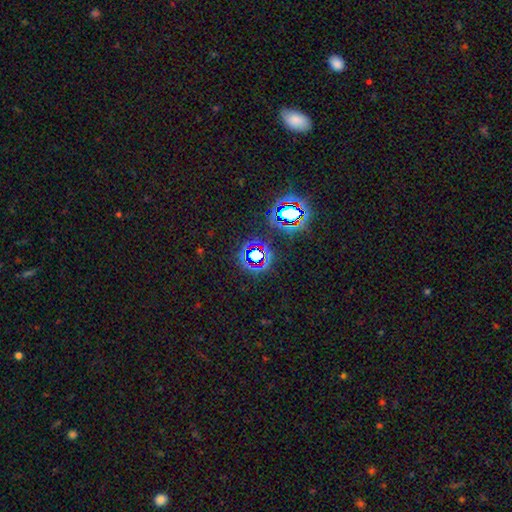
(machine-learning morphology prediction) A star or artifact, not a galaxy (73%).